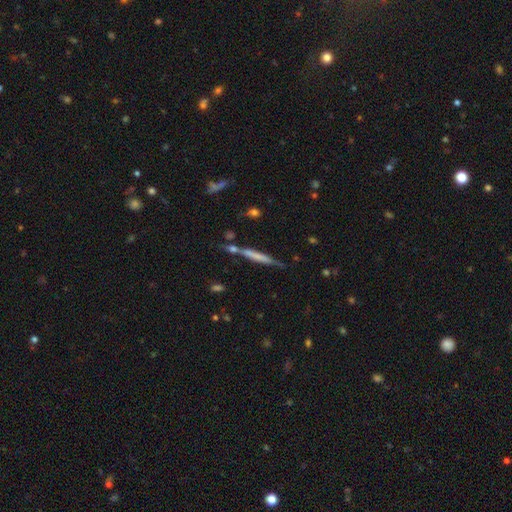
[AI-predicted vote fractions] The model was most divided on "smooth or featured": featured or disk: 47%, smooth: 45%, star or artifact: 8%. More confident: merging — none (70%).